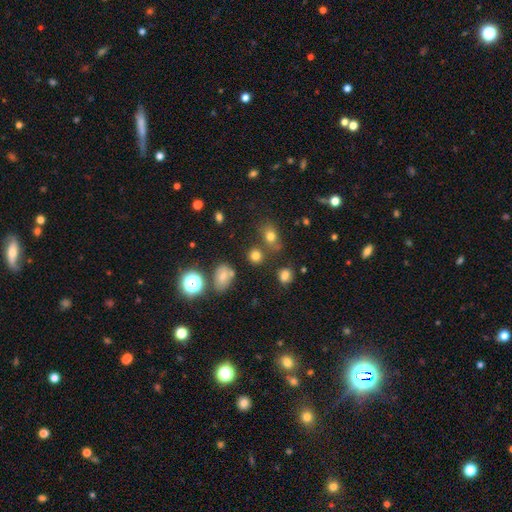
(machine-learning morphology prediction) A smooth galaxy with no disk features (75%) that is round (73%).

Vote fractions:
- Smooth or featured? smooth: 75% / star or artifact: 18% / featured or disk: 7%
- How rounded? round: 73% / in between: 25% / cigar-shaped: 2%
- Merging? none: 71% / minor disturbance: 12% / merger: 12% / major disturbance: 5%